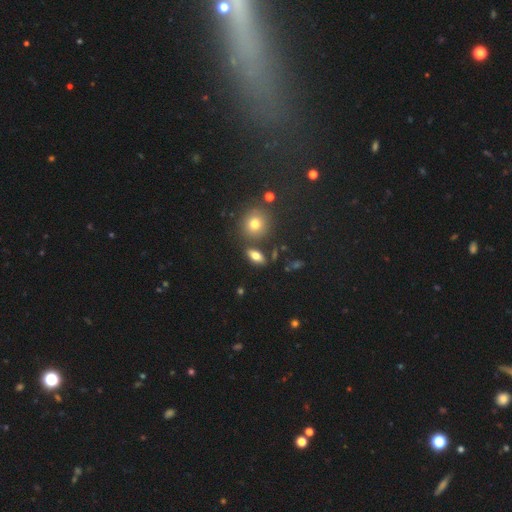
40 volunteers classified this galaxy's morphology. Overall: smooth (75%). How rounded: in between (70%). Merging: none (73%).